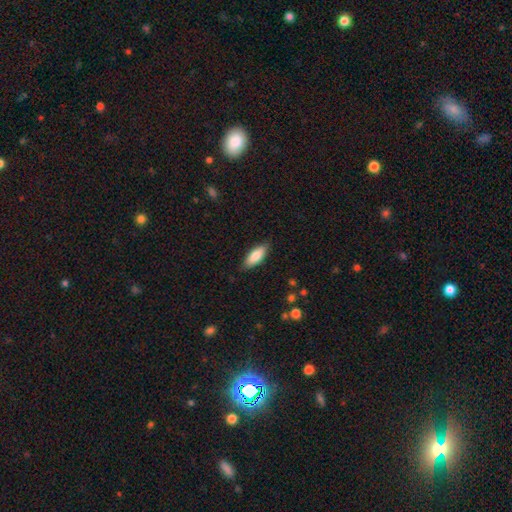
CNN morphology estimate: This is clearly a smooth galaxy (82%). How rounded: likely in between (71%). Merging: clearly none (83%).